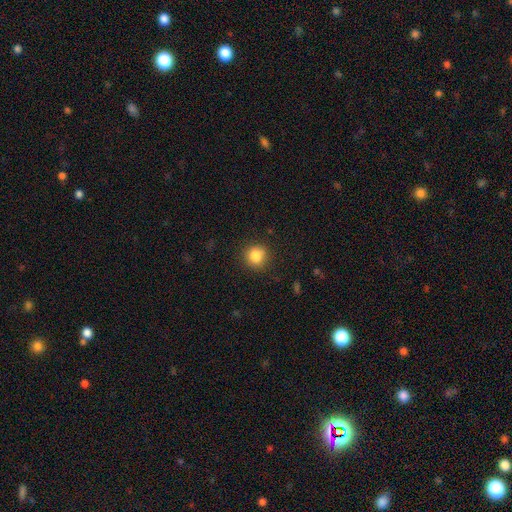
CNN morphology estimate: A smooth galaxy with no disk features (85%) that is round (87%). Merging: none (87%).